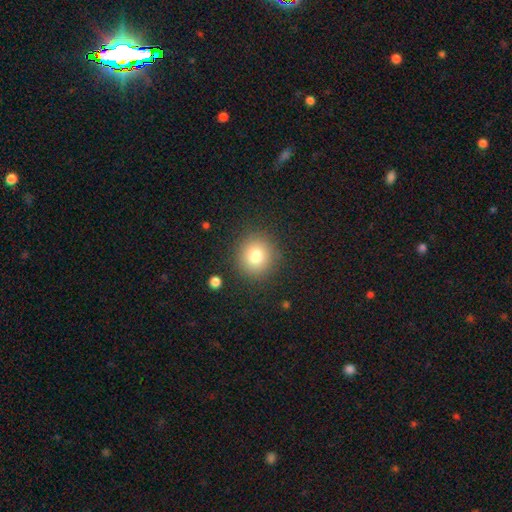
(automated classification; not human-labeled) A smooth galaxy with no disk features (78%) that is round (92%). Merging: none (88%).